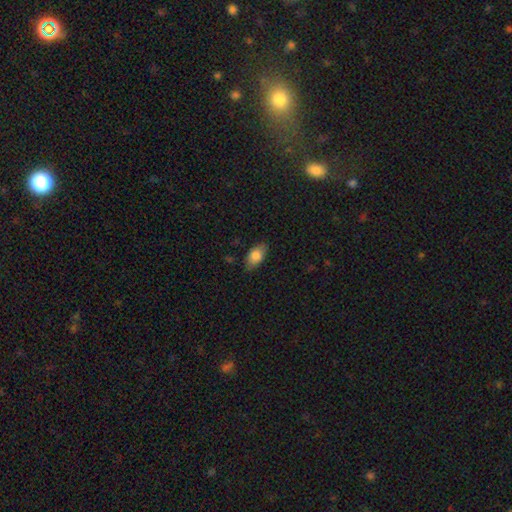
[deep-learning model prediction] A smooth galaxy with no disk features (82%) that is in between round and cigar-shaped (91%).

Vote fractions:
- Smooth or featured? smooth: 82% / featured or disk: 11% / star or artifact: 7%
- How rounded? in between: 91% / round: 5% / cigar-shaped: 4%
- Merging? none: 80% / minor disturbance: 16% / major disturbance: 3% / merger: 1%